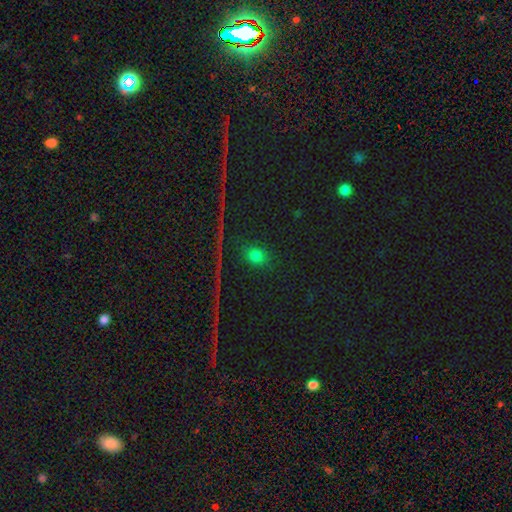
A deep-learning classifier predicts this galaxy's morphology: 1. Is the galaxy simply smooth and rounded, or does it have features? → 64% smooth, 29% star or artifact, 7% featured or disk.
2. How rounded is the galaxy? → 68% round, 29% in between, 3% cigar-shaped.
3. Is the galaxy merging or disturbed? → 84% none, 9% minor disturbance, 4% major disturbance, 2% merger.